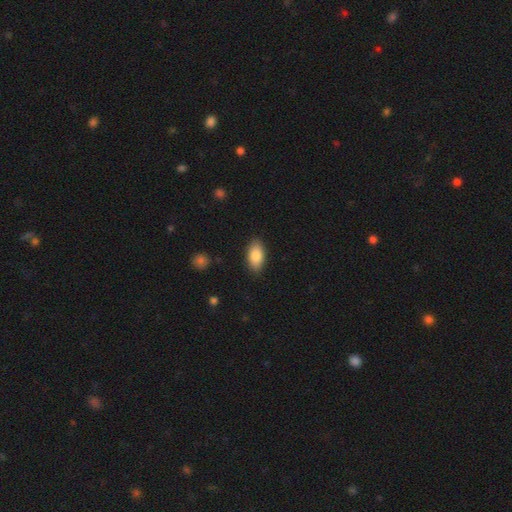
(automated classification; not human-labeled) smooth 86%, featured or disk 8%, star or artifact 6%. Down the decision tree: how rounded — in between (92%); merging — none (86%).